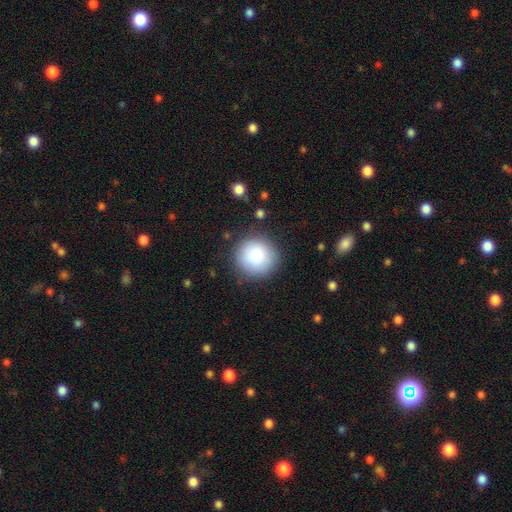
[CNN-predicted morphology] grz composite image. It shows a smooth galaxy with no disk features (86%) that is round (94%). Merging: none (85%).